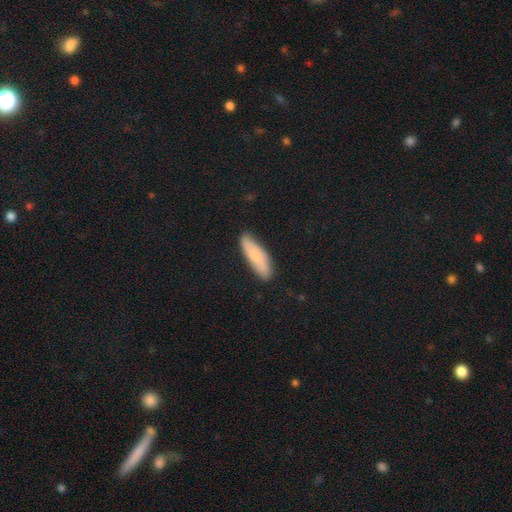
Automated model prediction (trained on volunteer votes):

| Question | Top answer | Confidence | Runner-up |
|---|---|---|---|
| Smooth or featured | smooth | 76% | featured or disk (18%) |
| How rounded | cigar-shaped | 58% | in between (40%) |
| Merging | none | 84% | minor disturbance (13%) |